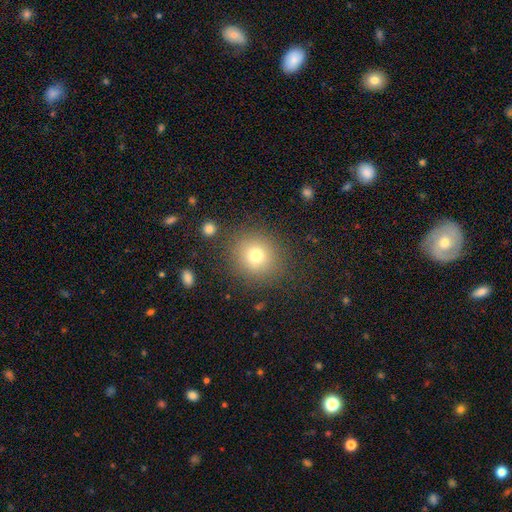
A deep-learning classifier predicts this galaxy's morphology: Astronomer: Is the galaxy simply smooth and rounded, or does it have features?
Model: smooth — 75%.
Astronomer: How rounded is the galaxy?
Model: round — 85%.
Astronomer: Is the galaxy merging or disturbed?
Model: none — 85%.